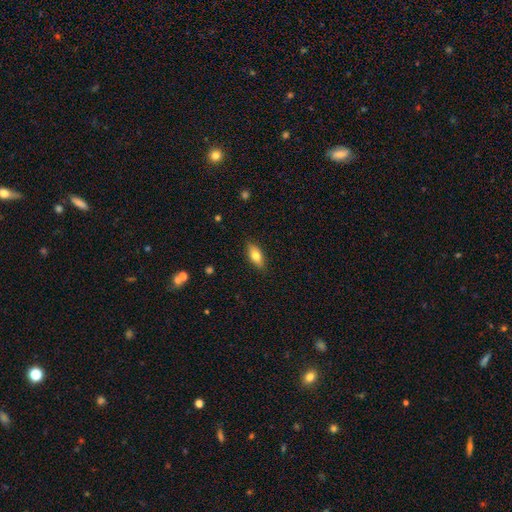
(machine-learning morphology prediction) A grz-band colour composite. It shows a smooth galaxy with no disk features (73%) that is in between round and cigar-shaped (81%). Merging: none (87%).